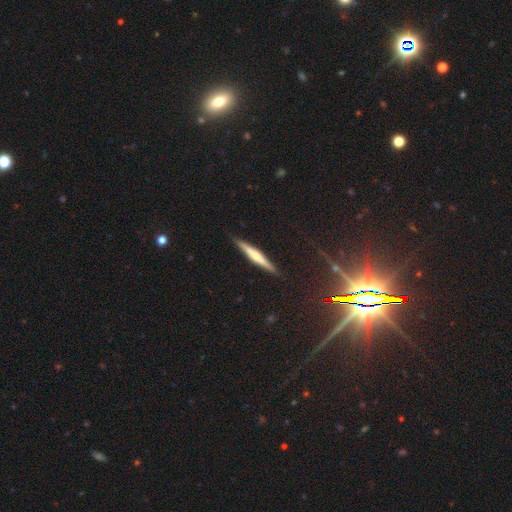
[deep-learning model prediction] Smooth or featured? featured or disk (58%)
Edge-on disk? yes (97%)
Edge-on bulge? rounded (68%)
Merging? none (90%)